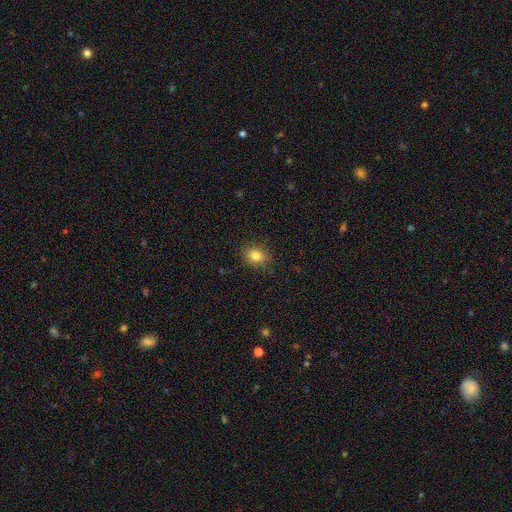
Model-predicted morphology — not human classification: This appears to be a smooth galaxy with no disk features (83%) that is in between round and cigar-shaped (50%). Merging: none (87%).